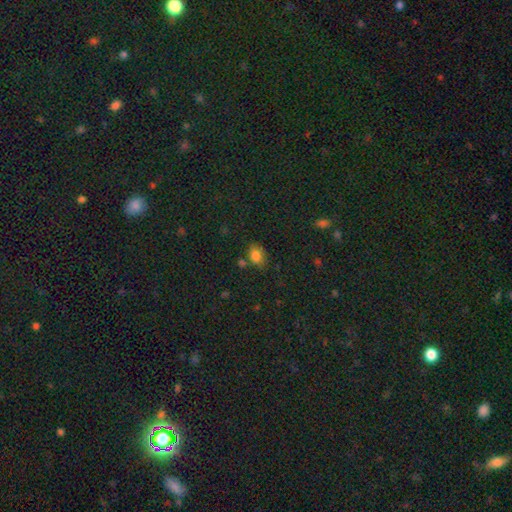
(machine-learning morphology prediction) type=smooth (81%); roundness=in between (72%); merging=none (70%).